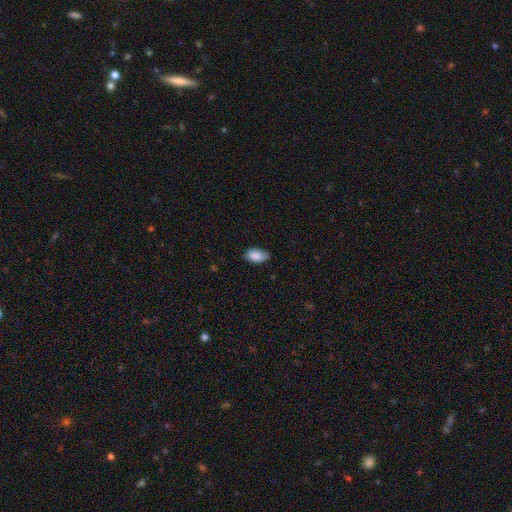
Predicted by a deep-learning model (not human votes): Q: Smooth or featured?
A: smooth (87%); runner-up: star or artifact (7%)
Q: How rounded?
A: in between (94%); runner-up: round (4%)
Q: Merging?
A: none (73%); runner-up: minor disturbance (22%)